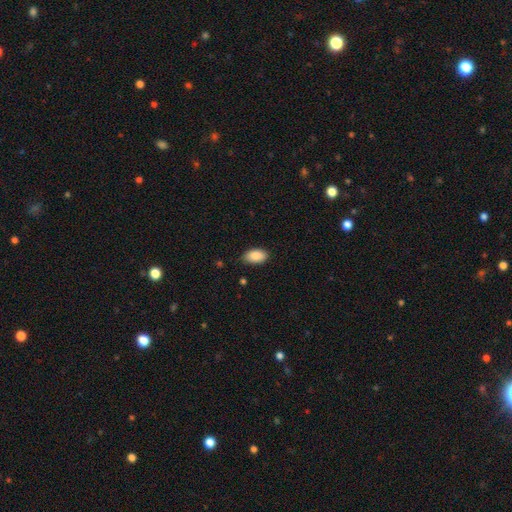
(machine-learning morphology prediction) Smooth or featured: smooth — 89% (star or artifact — 7%)
How rounded: in between — 94% (round — 5%)
Merging: none — 81% (minor disturbance — 15%)